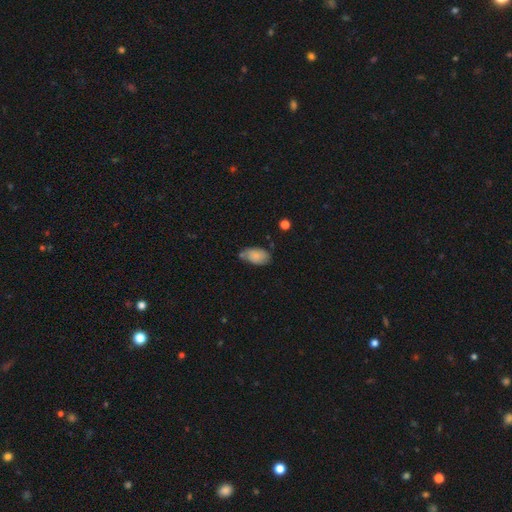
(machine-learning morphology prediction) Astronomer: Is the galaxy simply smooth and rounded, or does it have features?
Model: smooth — 80%.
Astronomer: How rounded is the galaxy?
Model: in between — 93%.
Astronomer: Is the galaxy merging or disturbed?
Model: none — 56%.